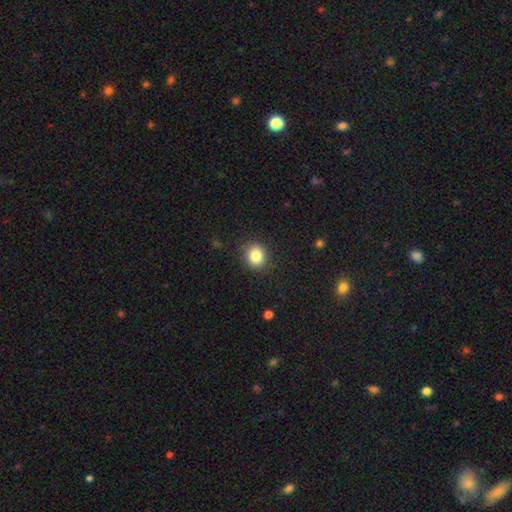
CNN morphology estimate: smooth_or_featured: smooth (p=0.84) [alt: star or artifact p=0.10]
how_rounded: round (p=0.78) [alt: in between p=0.21]
merging: none (p=0.88) [alt: minor disturbance p=0.08]